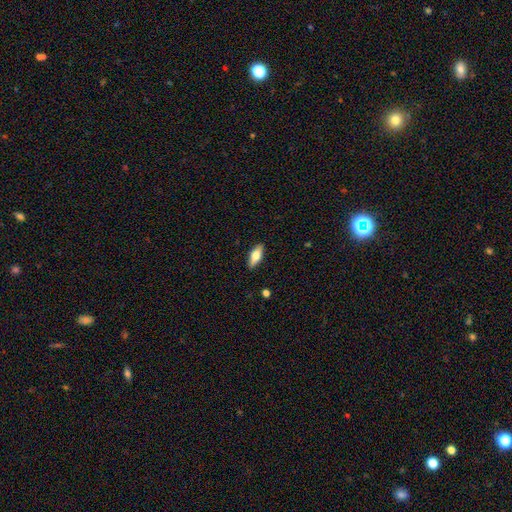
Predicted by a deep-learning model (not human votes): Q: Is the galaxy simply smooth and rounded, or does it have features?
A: smooth — 63%.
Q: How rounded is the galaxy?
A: in between — 72%.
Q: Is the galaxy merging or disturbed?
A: none — 89%.